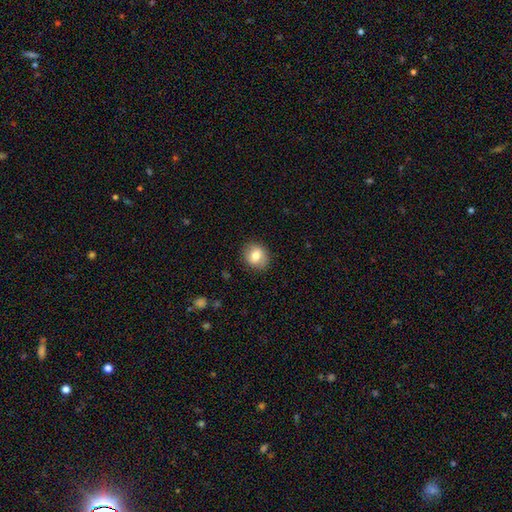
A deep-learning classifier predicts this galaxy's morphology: smooth-or-featured: smooth: 78% | featured or disk: 14% | star or artifact: 9%
  how-rounded: round: 69% | in between: 30% | cigar-shaped: 1%
  merging: none: 87% | minor disturbance: 10% | major disturbance: 3% | merger: 1%